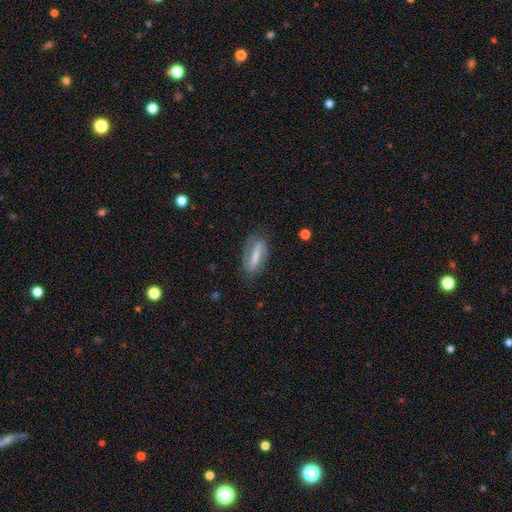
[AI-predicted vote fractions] Smooth or featured? Predicted: featured or disk (p=0.52). Edge-on disk? Predicted: no (p=0.82). Merging? Predicted: none (p=0.73).